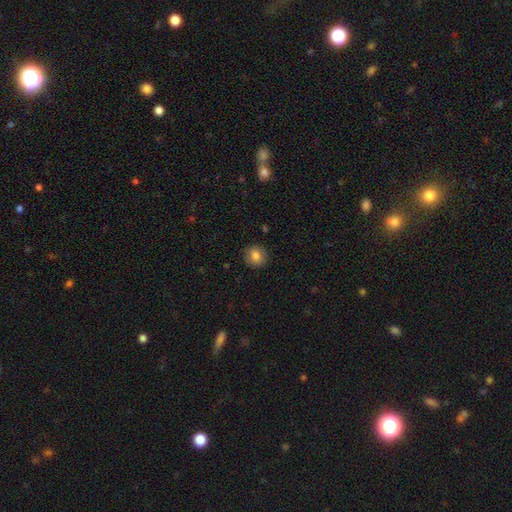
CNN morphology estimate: Q: Smooth or featured?
A: smooth (83%); runner-up: star or artifact (9%)
Q: How rounded?
A: round (89%); runner-up: in between (10%)
Q: Merging?
A: none (91%); runner-up: minor disturbance (6%)